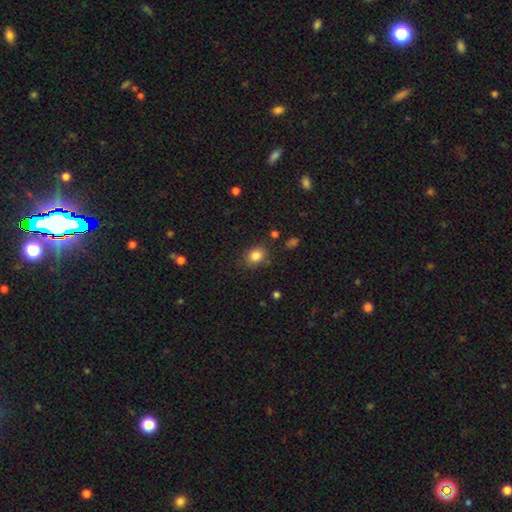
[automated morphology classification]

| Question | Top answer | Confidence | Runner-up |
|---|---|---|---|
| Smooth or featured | smooth | 84% | star or artifact (10%) |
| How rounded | in between | 56% | round (43%) |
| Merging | none | 82% | minor disturbance (12%) |